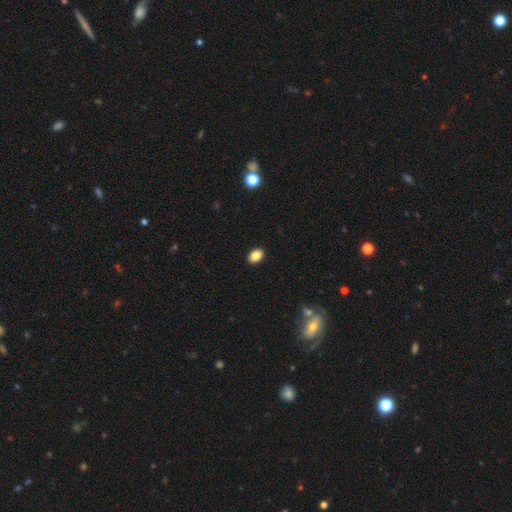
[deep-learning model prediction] Q: Smooth or featured?
A: smooth (86%); runner-up: star or artifact (9%)
Q: How rounded?
A: in between (76%); runner-up: round (23%)
Q: Merging?
A: none (91%); runner-up: minor disturbance (6%)